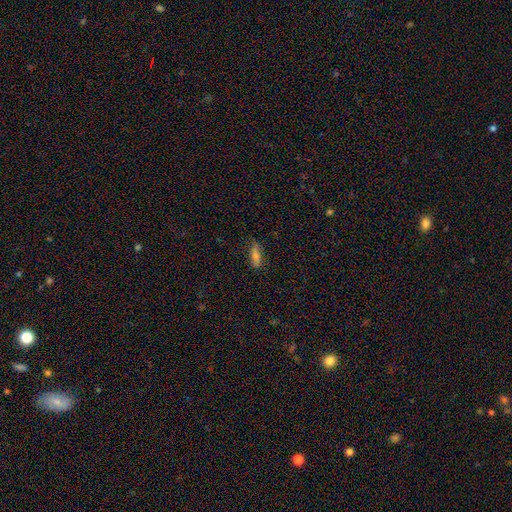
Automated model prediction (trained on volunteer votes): This is likely a smooth galaxy (67%). How rounded: possibly in between (55%). Merging: likely none (79%).